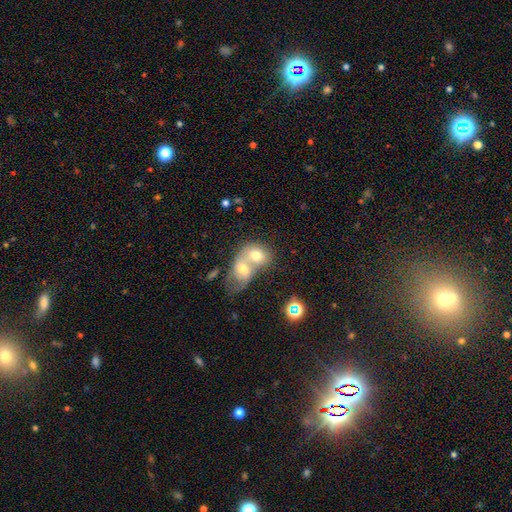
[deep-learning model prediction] Smooth or featured? smooth (62%)
How rounded? in between (55%)
Merging? merger (74%)